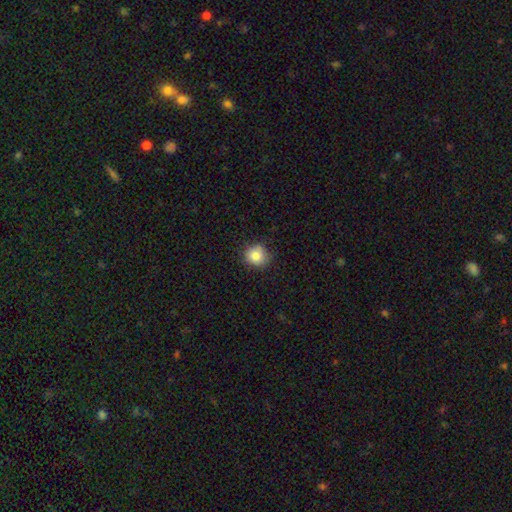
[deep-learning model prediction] smooth 83%, star or artifact 10%, featured or disk 7%. Down the decision tree: how rounded — round (87%); merging — none (80%).